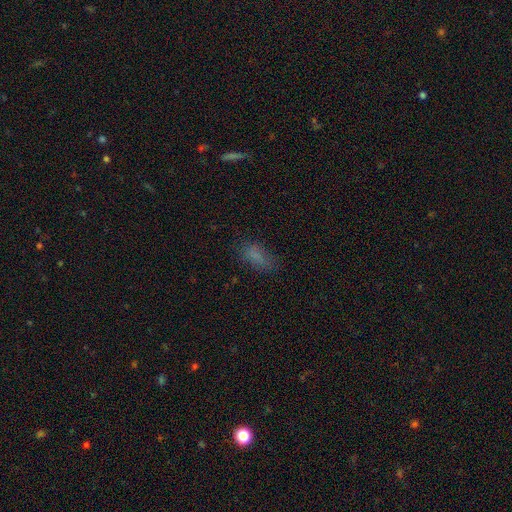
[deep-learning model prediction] Smooth or featured? Predicted: smooth (p=0.77). How rounded? Predicted: in between (p=0.84). Merging? Predicted: none (p=0.66).